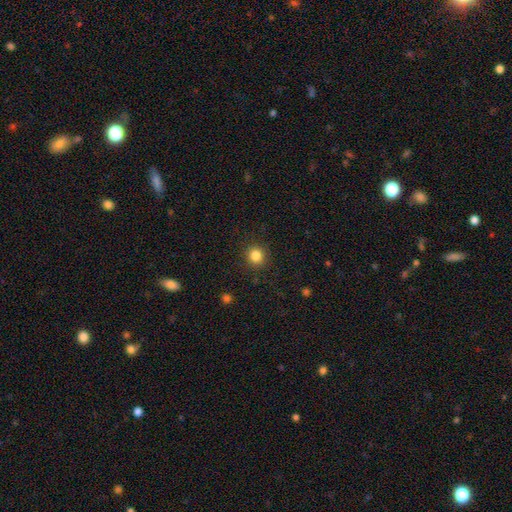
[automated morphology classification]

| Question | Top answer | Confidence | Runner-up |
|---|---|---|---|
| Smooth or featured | smooth | 84% | star or artifact (12%) |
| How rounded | round | 92% | in between (7%) |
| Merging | none | 90% | minor disturbance (6%) |